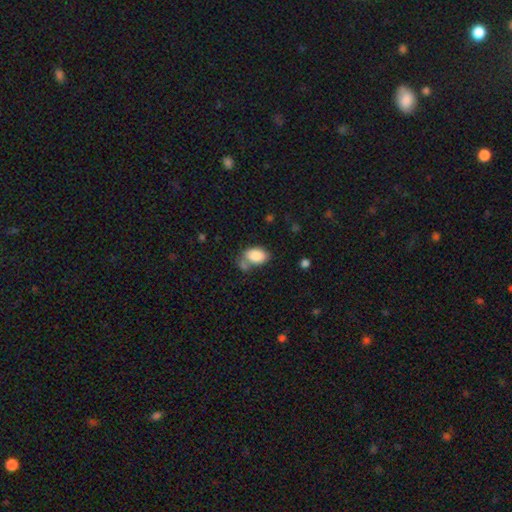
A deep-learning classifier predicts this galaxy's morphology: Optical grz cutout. It shows a smooth galaxy with no disk features (87%) that is in between round and cigar-shaped (88%). Merging: none (54%).